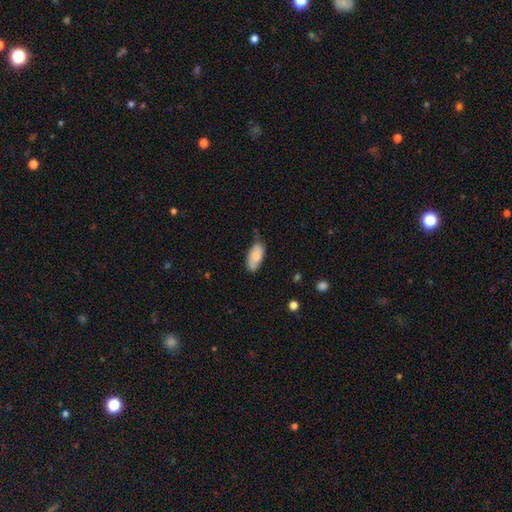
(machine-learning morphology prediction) smooth-or-featured: smooth: 74% | featured or disk: 19% | star or artifact: 6%
  how-rounded: in between: 90% | cigar-shaped: 8% | round: 2%
  merging: none: 68% | minor disturbance: 25% | major disturbance: 4% | merger: 2%